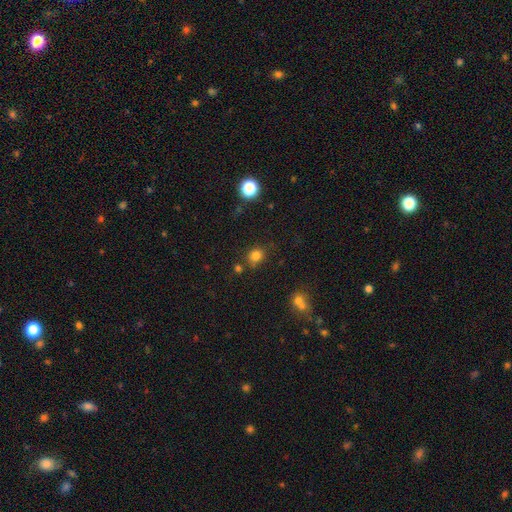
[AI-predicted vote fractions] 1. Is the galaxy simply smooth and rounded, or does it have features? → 80% smooth, 15% star or artifact, 6% featured or disk.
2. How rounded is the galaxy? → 74% round, 25% in between, 1% cigar-shaped.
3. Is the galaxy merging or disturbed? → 74% none, 14% minor disturbance, 8% merger, 4% major disturbance.